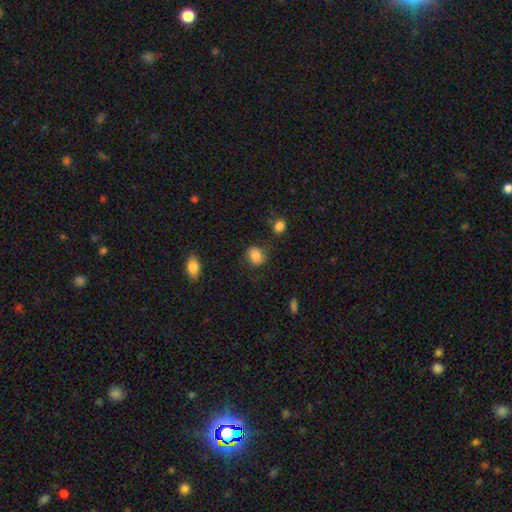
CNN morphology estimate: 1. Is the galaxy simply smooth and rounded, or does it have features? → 82% smooth, 9% star or artifact, 9% featured or disk.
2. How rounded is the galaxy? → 61% round, 38% in between, 1% cigar-shaped.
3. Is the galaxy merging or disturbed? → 71% none, 19% minor disturbance, 6% major disturbance, 3% merger.